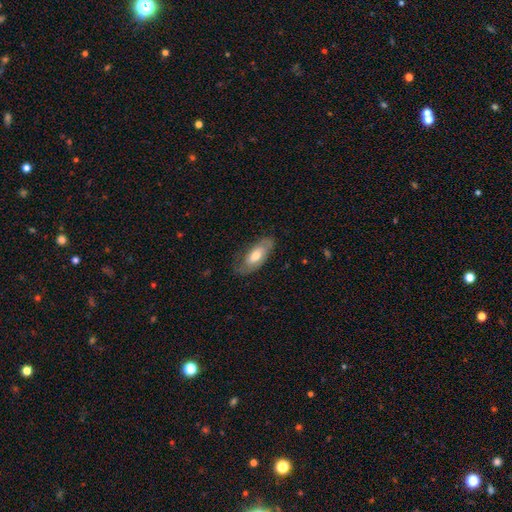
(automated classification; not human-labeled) Q: Smooth or featured?
A: smooth (50%); runner-up: featured or disk (44%)
Q: How rounded?
A: in between (82%); runner-up: cigar-shaped (15%)
Q: Merging?
A: none (68%); runner-up: minor disturbance (23%)